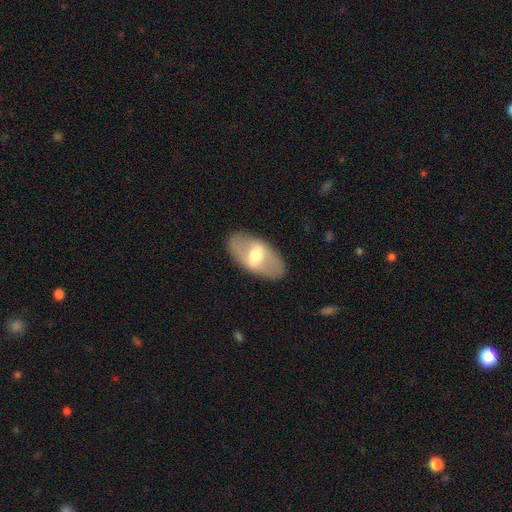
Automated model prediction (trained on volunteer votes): The model was most divided on "smooth or featured": featured or disk: 54%, smooth: 40%, star or artifact: 6%. More confident: merging — none (84%); edge-on disk — no (82%).